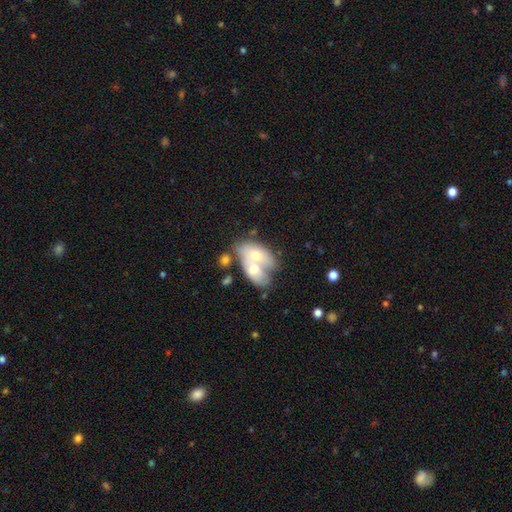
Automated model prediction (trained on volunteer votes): smooth-or-featured: smooth: 58% | featured or disk: 36% | star or artifact: 6%
  how-rounded: in between: 86% | round: 11% | cigar-shaped: 3%
  merging: merger: 74% | none: 14% | minor disturbance: 7% | major disturbance: 5%